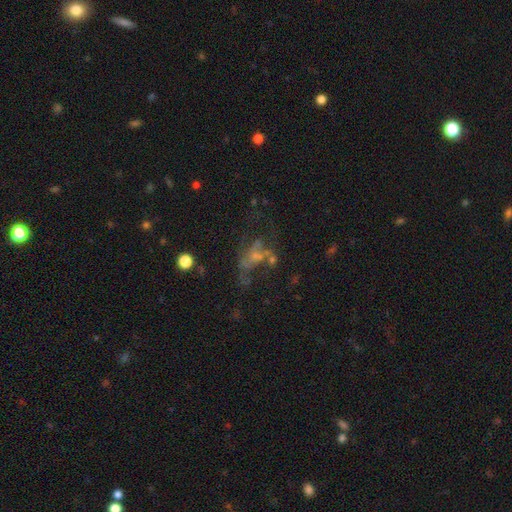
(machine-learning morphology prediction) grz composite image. It shows a featured or disk galaxy (51%). Merging: major disturbance (37%).